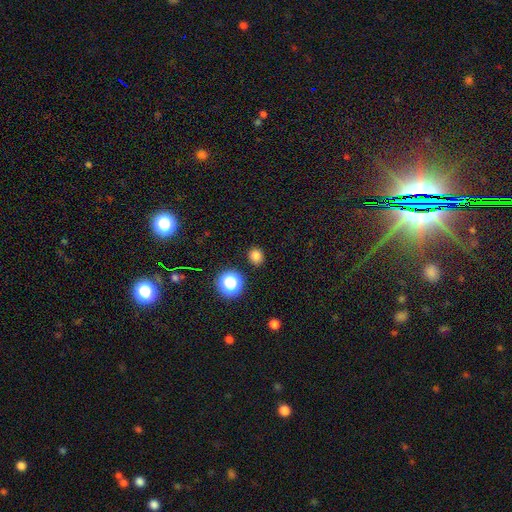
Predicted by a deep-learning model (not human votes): smooth 78%, star or artifact 17%, featured or disk 5%. Down the decision tree: how rounded — round (81%); merging — none (88%).